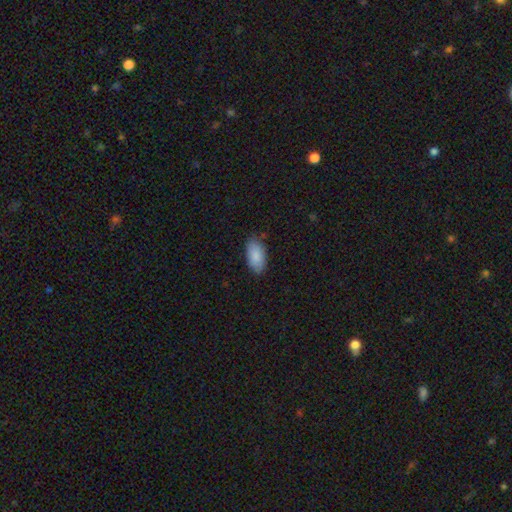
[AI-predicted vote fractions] Smooth or featured? smooth (88%)
How rounded? in between (94%)
Merging? none (81%)